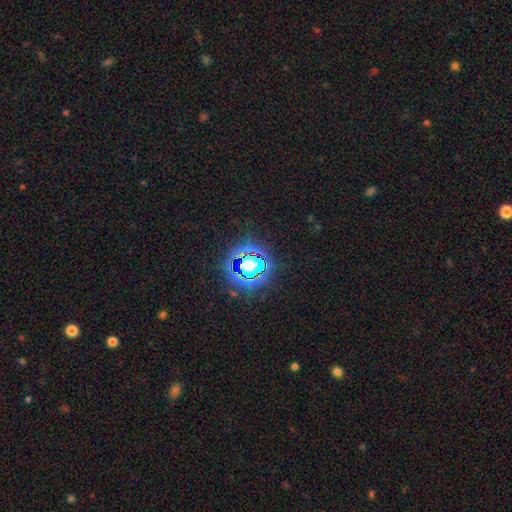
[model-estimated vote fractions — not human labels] Smooth or featured? Predicted: star or artifact (p=0.80).